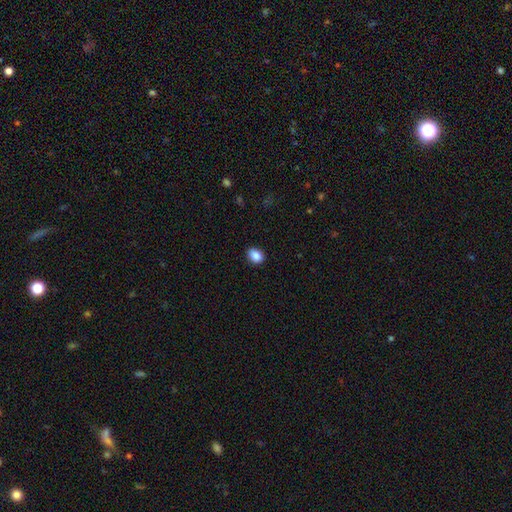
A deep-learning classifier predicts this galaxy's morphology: Smooth or featured: smooth — 88% (star or artifact — 8%)
How rounded: in between — 66% (round — 33%)
Merging: none — 88% (minor disturbance — 9%)